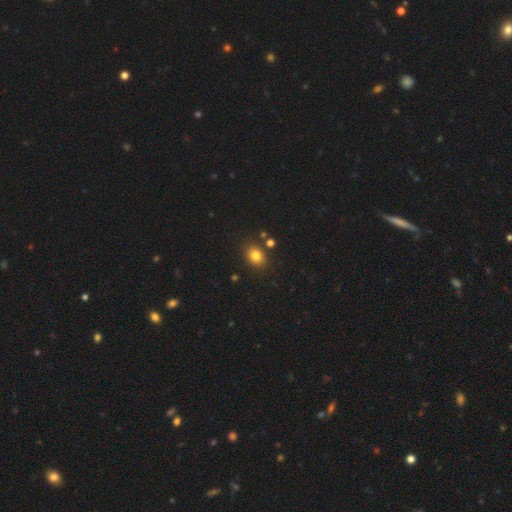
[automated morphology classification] Smooth or featured?
  - smooth: 81% *
  - star or artifact: 12%
  - featured or disk: 7%
How rounded?
  - in between: 57% *
  - round: 42%
  - cigar-shaped: 1%
Merging?
  - none: 82% *
  - minor disturbance: 10%
  - merger: 6%
  - major disturbance: 3%